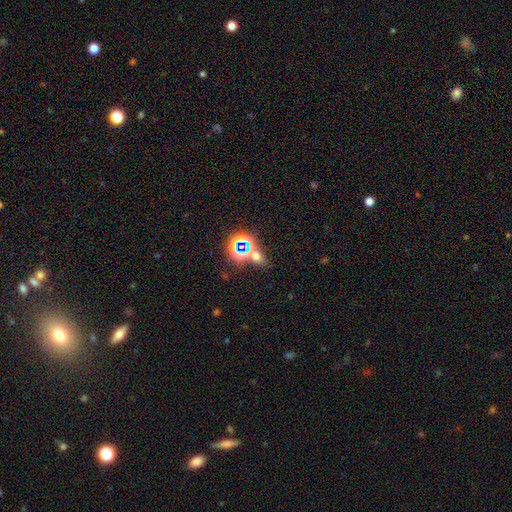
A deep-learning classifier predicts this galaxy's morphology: A star or artifact, not a galaxy (46%).

Vote fractions:
- Smooth or featured? star or artifact: 46% / smooth: 44% / featured or disk: 10%